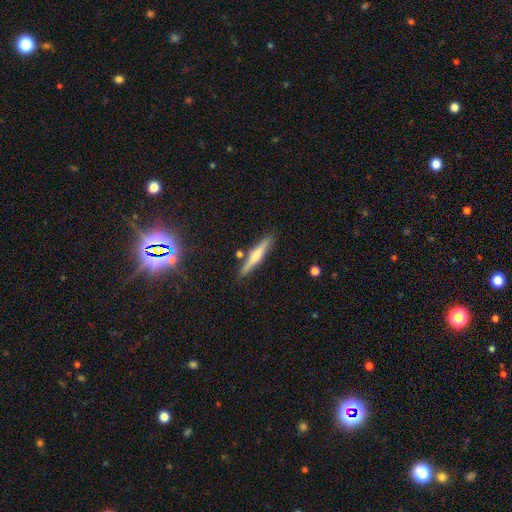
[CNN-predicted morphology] smooth_or_featured: featured or disk (p=0.50) [alt: smooth p=0.44]
merging: none (p=0.85) [alt: minor disturbance p=0.09]